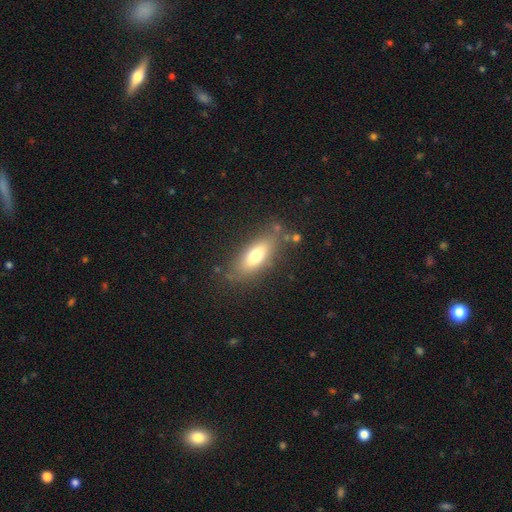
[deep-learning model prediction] This is likely a smooth galaxy (70%). How rounded: likely in between (72%). Merging: likely none (77%).